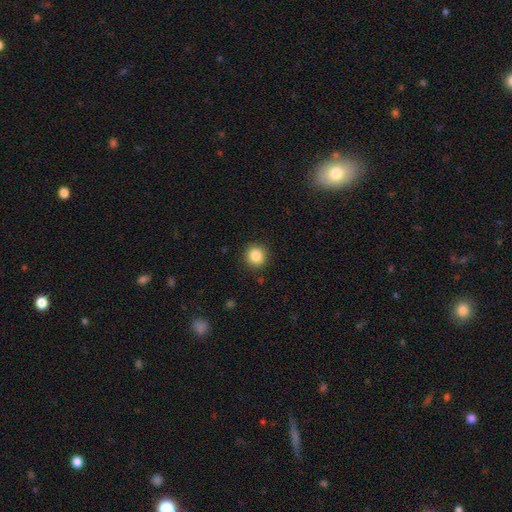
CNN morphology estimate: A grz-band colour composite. It shows a smooth galaxy with no disk features (86%) that is round (90%). Merging: none (90%).